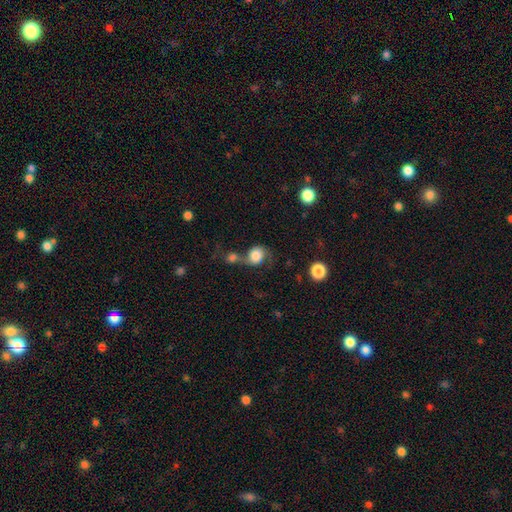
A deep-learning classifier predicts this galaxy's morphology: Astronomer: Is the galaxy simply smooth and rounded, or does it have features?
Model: smooth — 68%.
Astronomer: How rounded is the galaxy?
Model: round — 76%.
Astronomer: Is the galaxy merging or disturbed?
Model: merger — 43% (runner-up: none, 28%).